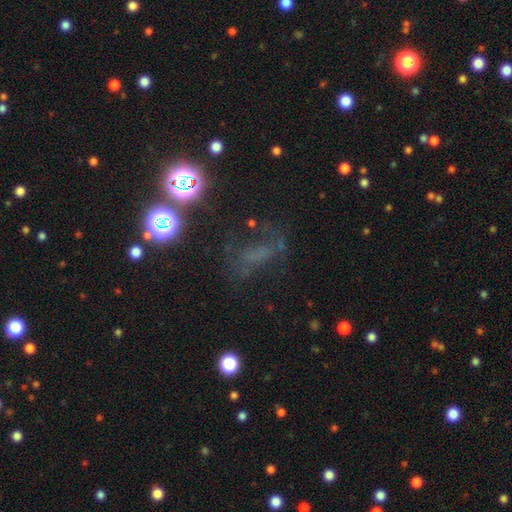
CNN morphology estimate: This appears to be a star or artifact, not a galaxy (39%).